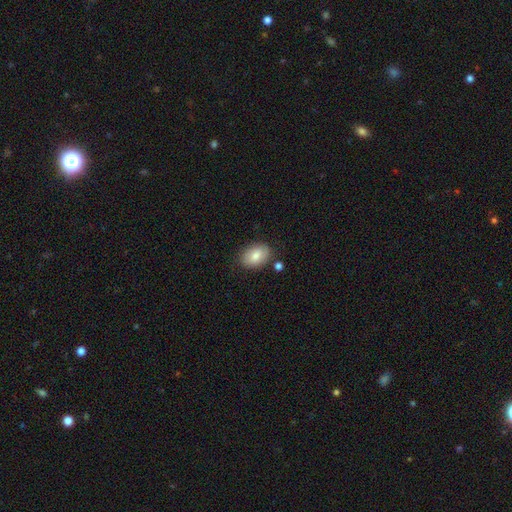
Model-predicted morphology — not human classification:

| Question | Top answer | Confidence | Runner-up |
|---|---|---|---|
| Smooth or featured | smooth | 79% | featured or disk (14%) |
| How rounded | in between | 83% | round (16%) |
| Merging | none | 80% | minor disturbance (13%) |